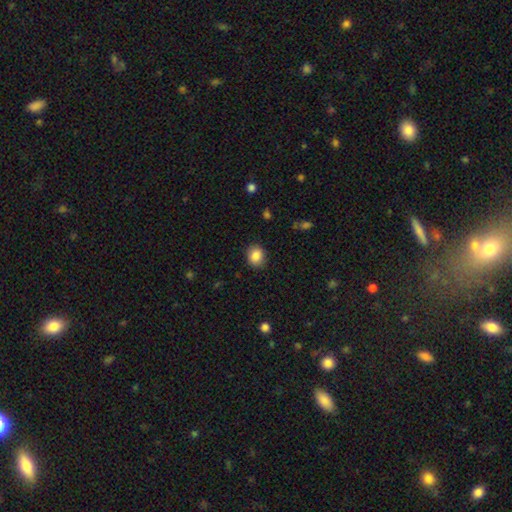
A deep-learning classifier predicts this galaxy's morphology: type=smooth (87%); roundness=round (64%); merging=none (88%).